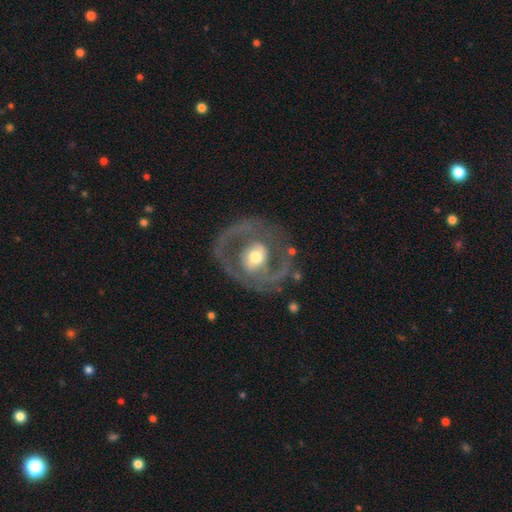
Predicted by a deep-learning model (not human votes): A featured or disk galaxy (77%) with no bar (58%), spiral arms (55%) and a moderate central bulge (67%).

Vote fractions:
- Smooth or featured? featured or disk: 77% / smooth: 17% / star or artifact: 6%
- Edge-on disk? no: 96% / yes: 4%
- Bar? no: 58% / weak: 27% / strong: 15%
- Spiral arms? yes: 55% / no: 45%
- Bulge size? moderate: 67% / large: 18% / small: 13% / dominant: 2% / none: 1%
- Merging? none: 72% / minor disturbance: 15% / major disturbance: 11% / merger: 2%